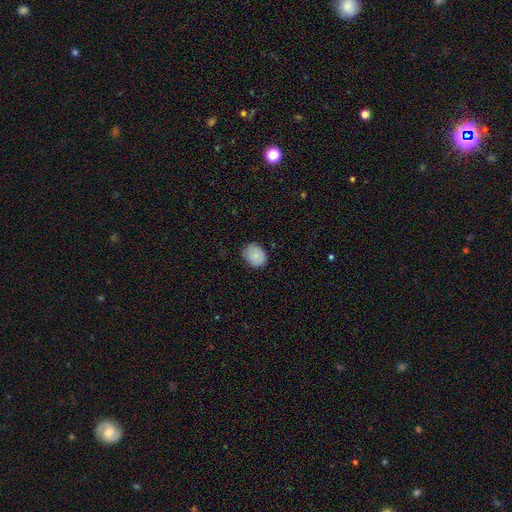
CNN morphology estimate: Smooth or featured? smooth (87%)
How rounded? in between (53%)
Merging? none (78%)